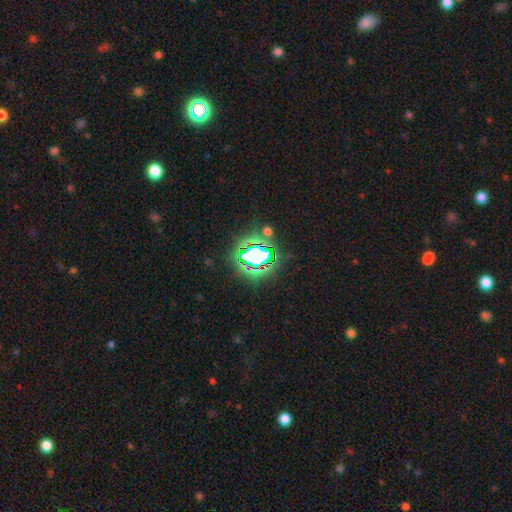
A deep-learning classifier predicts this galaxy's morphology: This appears to be a star or artifact, not a galaxy (67%).